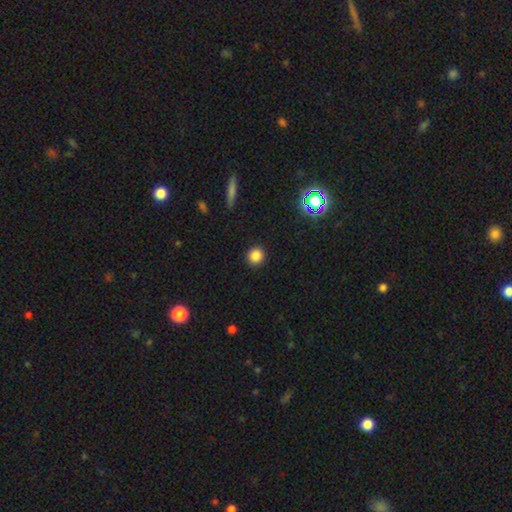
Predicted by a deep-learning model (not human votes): A smooth galaxy with no disk features (83%) that is round (92%). Merging: none (91%).